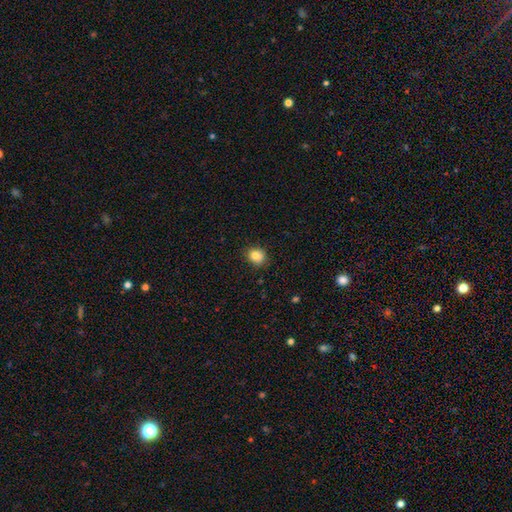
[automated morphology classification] This is clearly a smooth galaxy (84%). How rounded: likely round (72%). Merging: clearly none (83%).